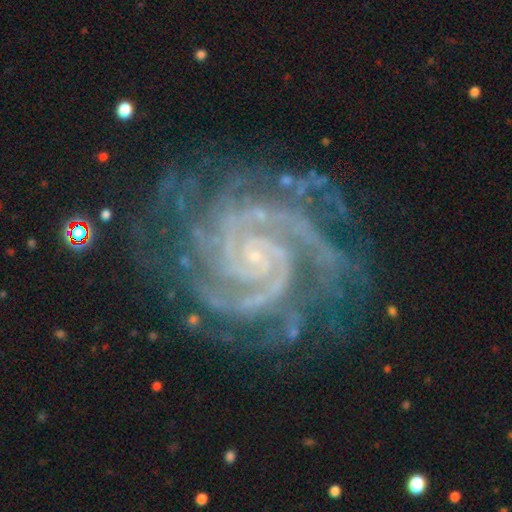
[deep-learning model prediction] smooth-or-featured: featured or disk: 93% | star or artifact: 5% | smooth: 2%
  disk-edge-on: no: 98% | yes: 2%
    bar: no: 65% | weak: 22% | strong: 13%
    has-spiral-arms: yes: 99% | no: 1%
      spiral-winding: tight: 78% | medium: 20% | loose: 2%
      spiral-arm-count: 2: 36% | 3: 21% | 4: 15% | can't tell: 10% | more than 4: 10% | 1: 8%
    bulge-size: small: 85% | none: 7% | moderate: 6% | large: 1% | dominant: 1%
  merging: none: 73% | minor disturbance: 18% | major disturbance: 7% | merger: 2%